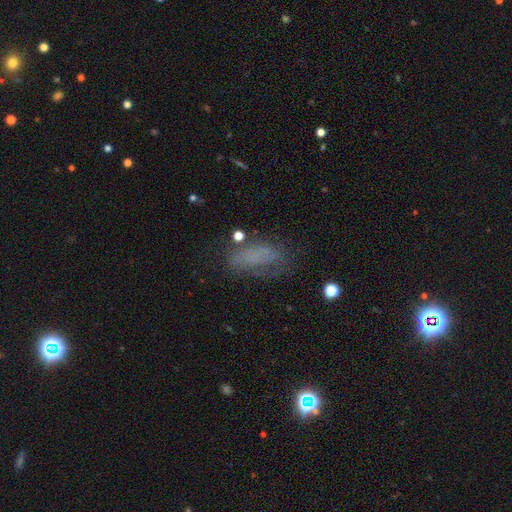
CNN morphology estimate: Overall: smooth (57%; featured or disk 26%). How rounded: in between (81%). Merging: none (49%; minor disturbance 25%).